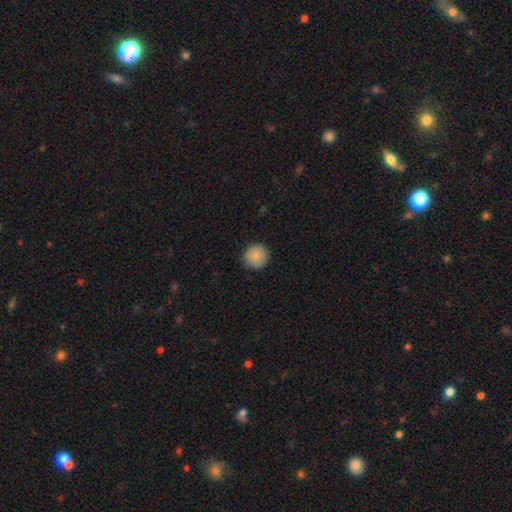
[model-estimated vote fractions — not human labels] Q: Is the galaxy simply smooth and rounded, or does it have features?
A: smooth — 87%.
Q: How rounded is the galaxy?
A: round — 94%.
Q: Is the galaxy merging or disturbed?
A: none — 90%.